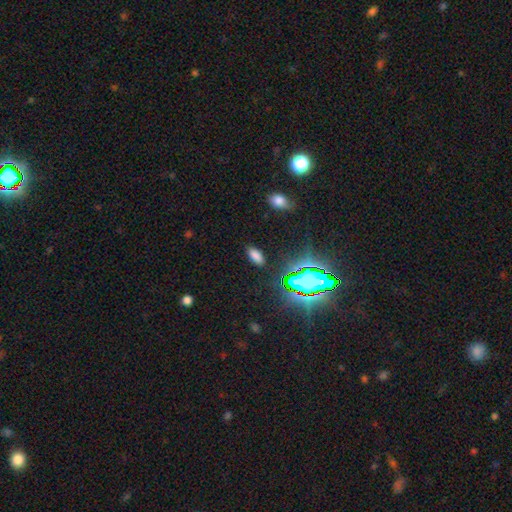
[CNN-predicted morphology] Q: Smooth or featured?
A: smooth (72%); runner-up: star or artifact (22%)
Q: How rounded?
A: in between (90%); runner-up: cigar-shaped (6%)
Q: Merging?
A: none (86%); runner-up: minor disturbance (9%)